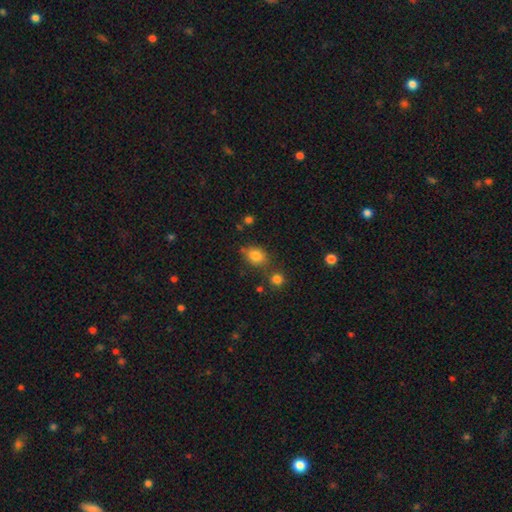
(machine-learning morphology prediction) Smooth or featured? Predicted: smooth (p=0.82). How rounded? Predicted: in between (p=0.57). Merging? Predicted: none (p=0.69).